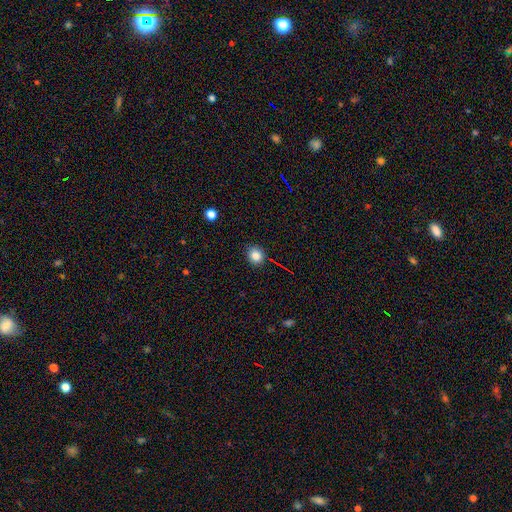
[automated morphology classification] smooth-or-featured: smooth: 83% | star or artifact: 12% | featured or disk: 6%
  how-rounded: round: 80% | in between: 19% | cigar-shaped: 1%
  merging: none: 89% | minor disturbance: 8% | major disturbance: 2% | merger: 1%